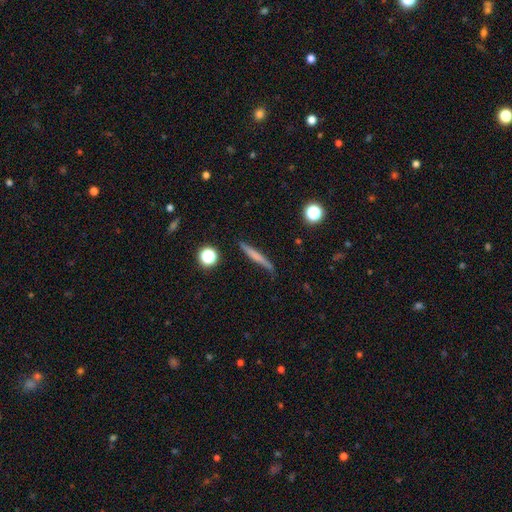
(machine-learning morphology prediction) Smooth or featured? Predicted: smooth (p=0.52). How rounded? Predicted: cigar-shaped (p=0.93). Merging? Predicted: none (p=0.83).